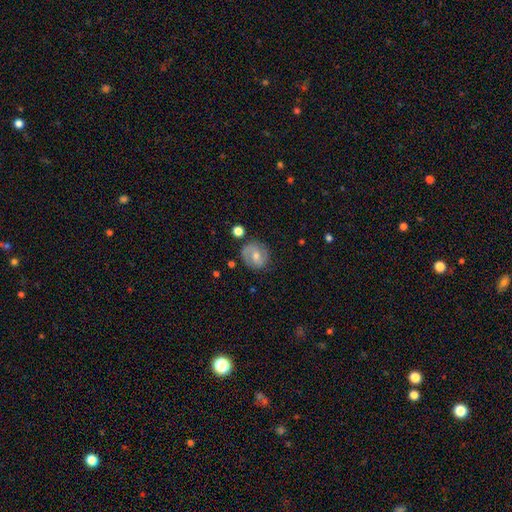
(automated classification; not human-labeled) Smooth or featured? featured or disk (54%)
Edge-on disk? no (97%)
Bar? weak (47%)
Spiral arms? yes (74%)
Bulge size? moderate (62%)
Merging? none (80%)